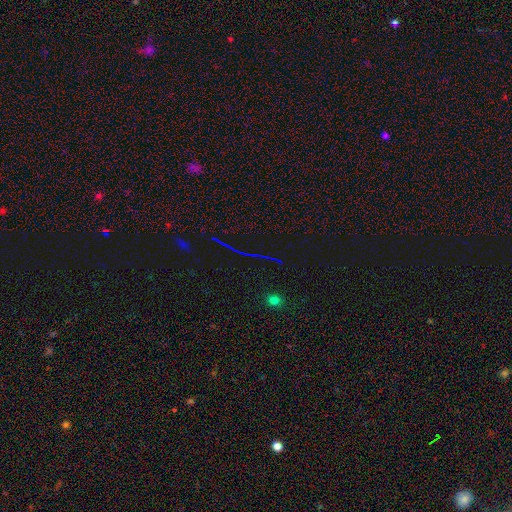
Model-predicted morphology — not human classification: This appears to be a star or artifact, not a galaxy (74%).